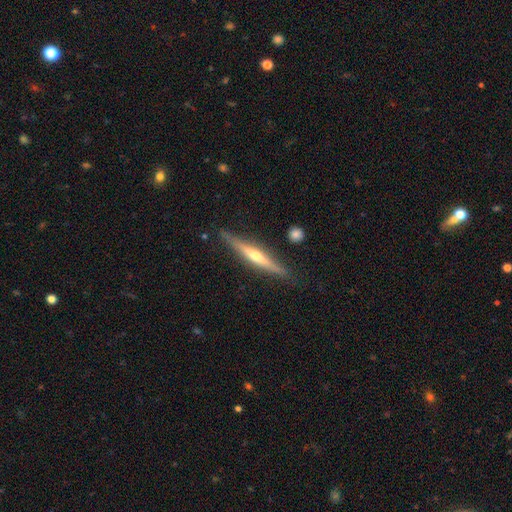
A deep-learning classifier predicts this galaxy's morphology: A featured or disk galaxy (71%) viewed edge-on (97%) with a rounded central bulge (80%).

Vote fractions:
- Smooth or featured? featured or disk: 71% / smooth: 24% / star or artifact: 6%
- Edge-on disk? yes: 97% / no: 3%
- Edge-on bulge? rounded: 80% / none: 14% / boxy: 5%
- Merging? none: 85% / minor disturbance: 11% / major disturbance: 2% / merger: 2%